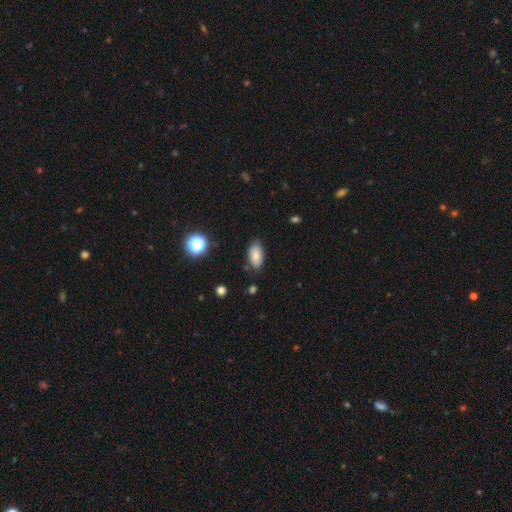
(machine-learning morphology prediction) This appears to be a smooth galaxy with no disk features (82%) that is in between round and cigar-shaped (91%). Merging: none (78%).